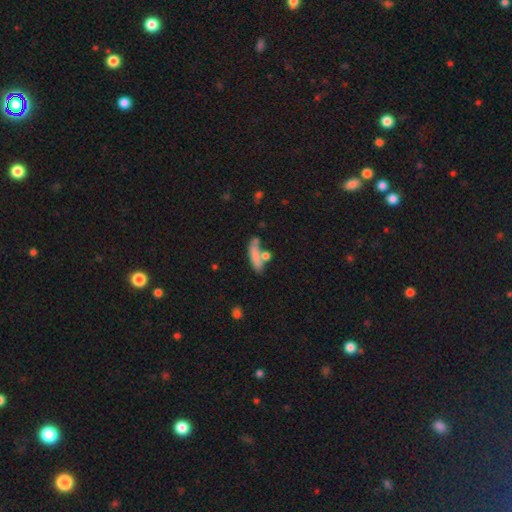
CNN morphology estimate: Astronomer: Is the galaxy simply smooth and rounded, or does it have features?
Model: smooth — 76%.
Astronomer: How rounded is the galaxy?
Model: cigar-shaped — 58% (runner-up: in between, 38%).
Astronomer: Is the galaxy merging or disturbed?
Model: none — 53%.